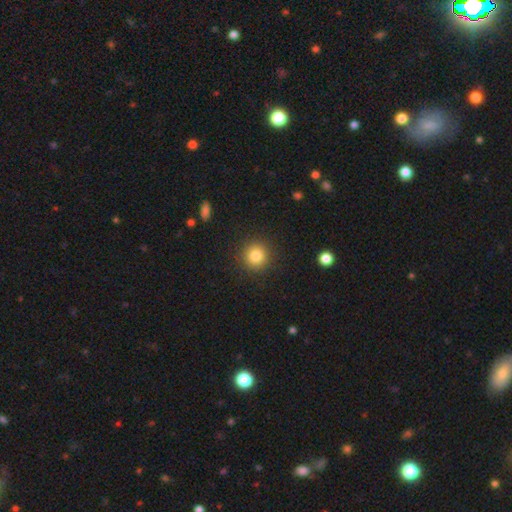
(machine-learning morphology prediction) smooth-or-featured: smooth: 83% | star or artifact: 11% | featured or disk: 6%
  how-rounded: round: 94% | in between: 5% | cigar-shaped: 1%
  merging: none: 90% | minor disturbance: 6% | major disturbance: 2% | merger: 1%